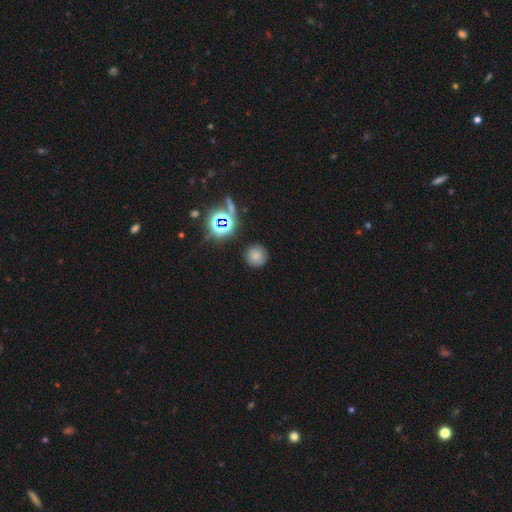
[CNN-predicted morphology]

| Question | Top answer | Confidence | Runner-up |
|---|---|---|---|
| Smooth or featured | smooth | 69% | star or artifact (21%) |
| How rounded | round | 92% | in between (7%) |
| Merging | none | 86% | minor disturbance (9%) |